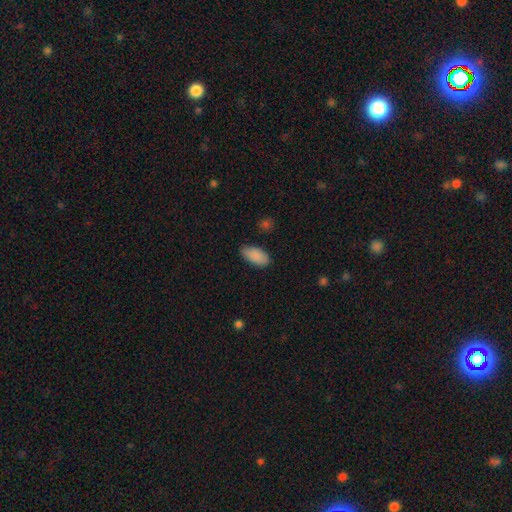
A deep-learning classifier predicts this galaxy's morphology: Overall: smooth (89%). How rounded: in between (93%). Merging: none (75%).